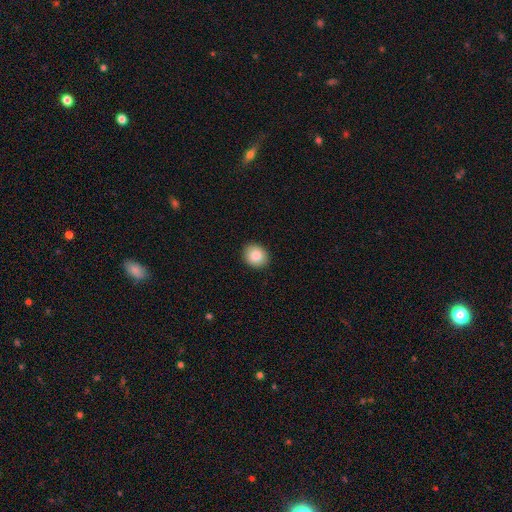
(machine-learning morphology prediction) Smooth or featured? smooth (87%)
How rounded? round (70%)
Merging? none (90%)